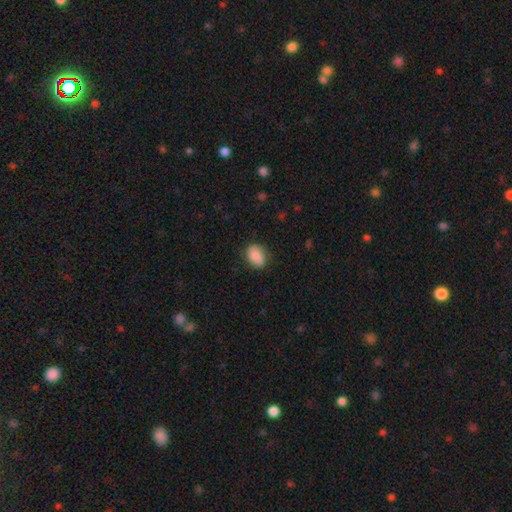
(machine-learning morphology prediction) Smooth or featured: smooth — 84% (featured or disk — 9%)
How rounded: in between — 72% (round — 26%)
Merging: none — 78% (minor disturbance — 17%)